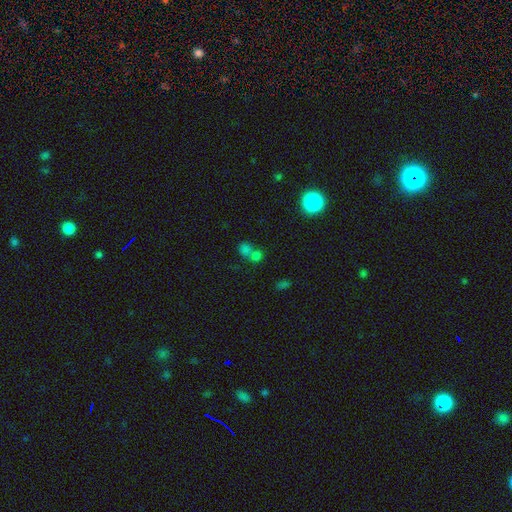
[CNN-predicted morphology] This is likely a smooth galaxy (68%). How rounded: likely round (70%). Merging: possibly merger (53%).